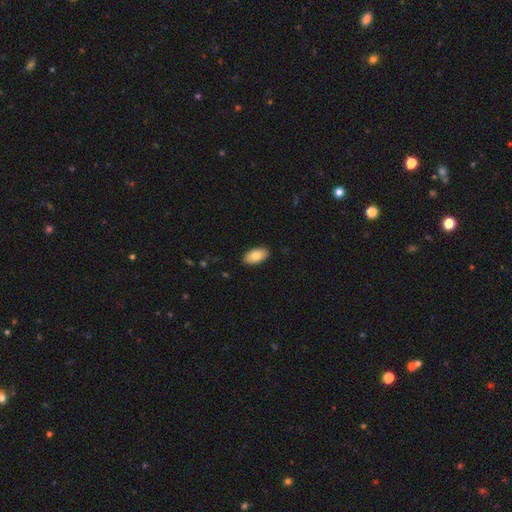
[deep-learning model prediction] smooth_or_featured: smooth (p=0.85) [alt: featured or disk p=0.09]
how_rounded: in between (p=0.95) [alt: round p=0.03]
merging: none (p=0.89) [alt: minor disturbance p=0.08]